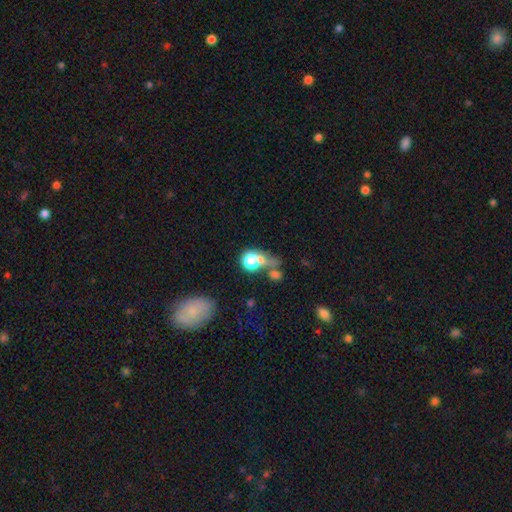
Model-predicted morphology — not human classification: Smooth or featured? Predicted: smooth (p=0.55). How rounded? Predicted: round (p=0.68). Merging? Predicted: none (p=0.48).